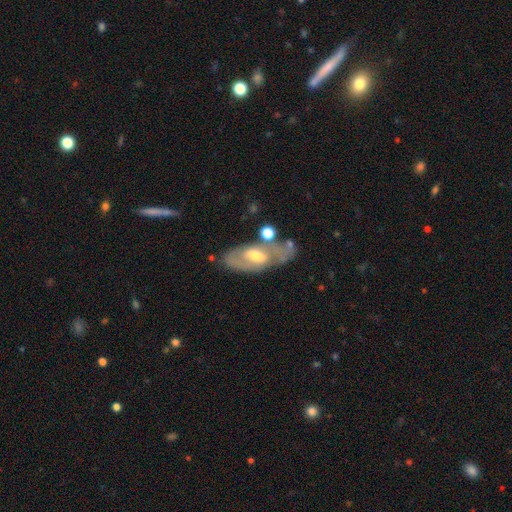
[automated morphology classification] Q: Smooth or featured?
A: featured or disk (62%); runner-up: smooth (32%)
Q: Edge-on disk?
A: no (85%); runner-up: yes (15%)
Q: Bar?
A: weak (40%); tied with: no (40%)
Q: Spiral arms?
A: no (57%); runner-up: yes (43%)
Q: Bulge size?
A: moderate (63%); runner-up: small (22%)
Q: Merging?
A: none (59%); runner-up: minor disturbance (20%)